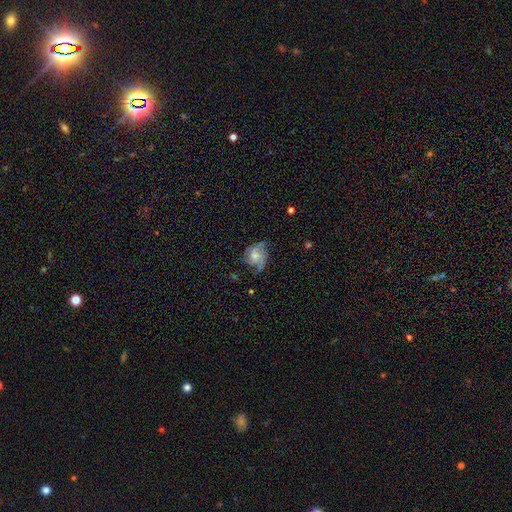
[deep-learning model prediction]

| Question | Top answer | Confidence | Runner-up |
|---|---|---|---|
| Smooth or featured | featured or disk | 62% | smooth (30%) |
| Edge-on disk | no | 97% | yes (3%) |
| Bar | no | 70% | weak (26%) |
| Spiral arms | yes | 86% | no (14%) |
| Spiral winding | medium | 45% | tight (28%) |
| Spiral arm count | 2 | 35% | 3 (28%) |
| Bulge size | small | 40% | moderate (37%) |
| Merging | none | 50% | minor disturbance (27%) |